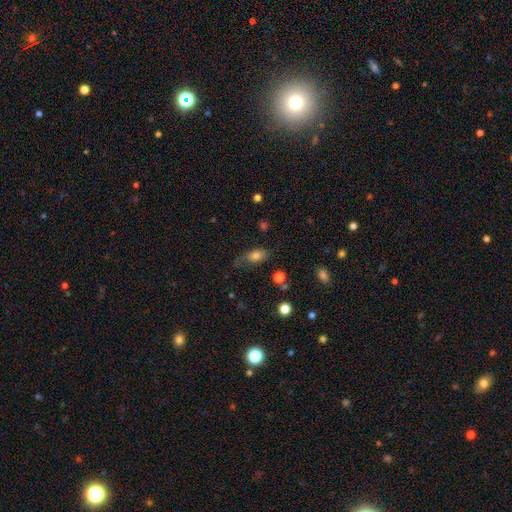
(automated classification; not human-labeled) smooth_or_featured: smooth (p=0.70) [alt: featured or disk p=0.21]
how_rounded: in between (p=0.82) [alt: round p=0.10]
merging: none (p=0.55) [alt: minor disturbance p=0.29]